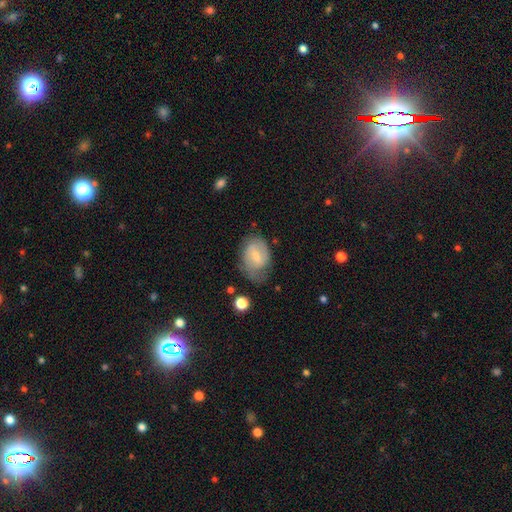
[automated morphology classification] A featured or disk galaxy (53%) with a weak bar (56%), spiral arms (77%) and a small central bulge (56%). Merging: none (53%).